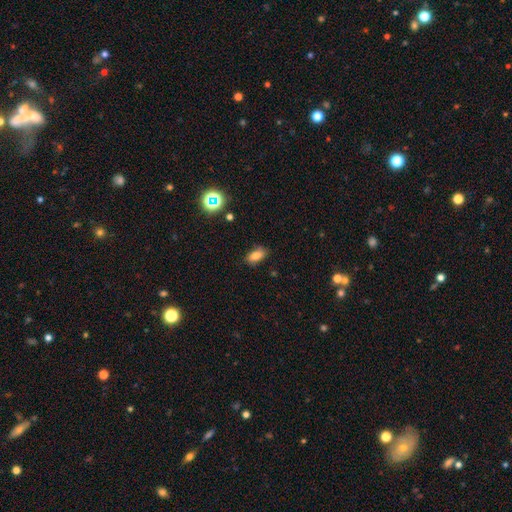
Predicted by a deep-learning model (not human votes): The model was most divided on "merging": none: 80%, minor disturbance: 15%, major disturbance: 3%, merger: 2%. More confident: how rounded — in between (87%); smooth or featured — smooth (80%).